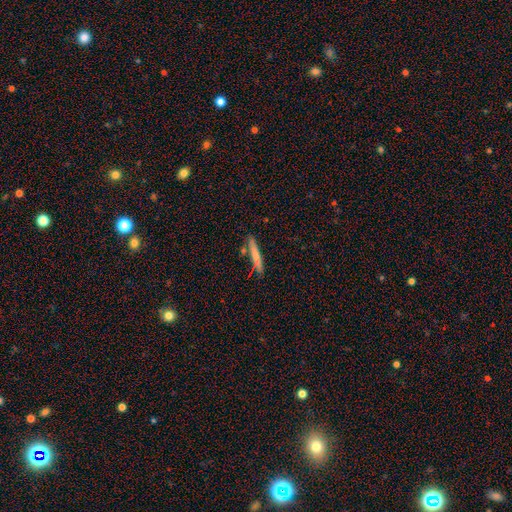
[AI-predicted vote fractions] Smooth or featured? Predicted: smooth (p=0.70). How rounded? Predicted: cigar-shaped (p=0.95). Merging? Predicted: none (p=0.81).